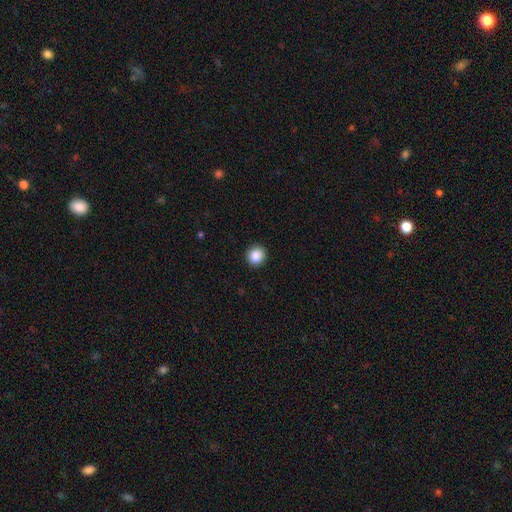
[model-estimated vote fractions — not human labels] Smooth or featured? Predicted: smooth (p=0.88). How rounded? Predicted: round (p=0.90). Merging? Predicted: none (p=0.91).